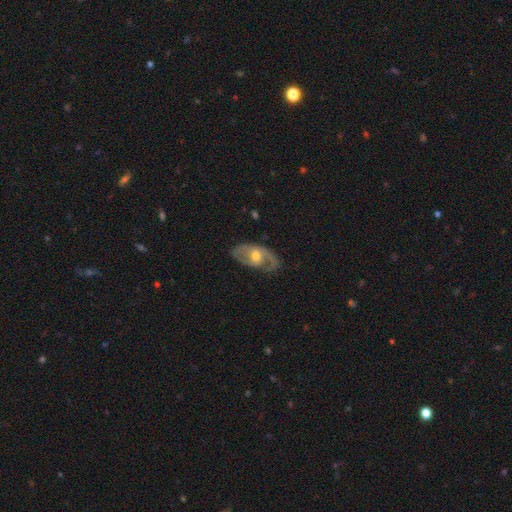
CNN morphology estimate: featured or disk 74%, smooth 21%, star or artifact 5%. Down the decision tree: edge-on disk — no (92%); bar — no (60%); spiral arms — yes (78%); spiral arm count — 2 (62%); spiral winding — medium (45%); bulge size — moderate (72%); merging — none (66%).